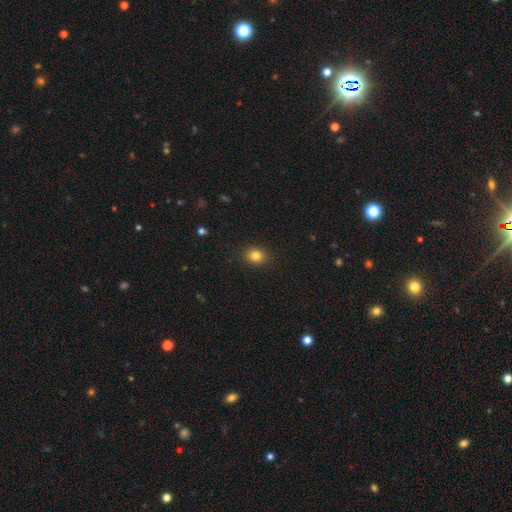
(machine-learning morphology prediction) Smooth or featured?
  - smooth: 83% *
  - star or artifact: 11%
  - featured or disk: 6%
How rounded?
  - round: 58% *
  - in between: 41%
  - cigar-shaped: 1%
Merging?
  - none: 90% *
  - minor disturbance: 7%
  - major disturbance: 2%
  - merger: 1%